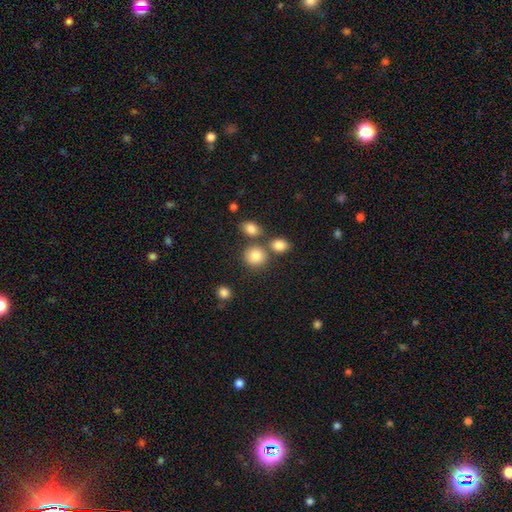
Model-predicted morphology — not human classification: Smooth or featured: smooth — 82% (star or artifact — 10%)
How rounded: round — 82% (in between — 17%)
Merging: none — 67% (merger — 20%)